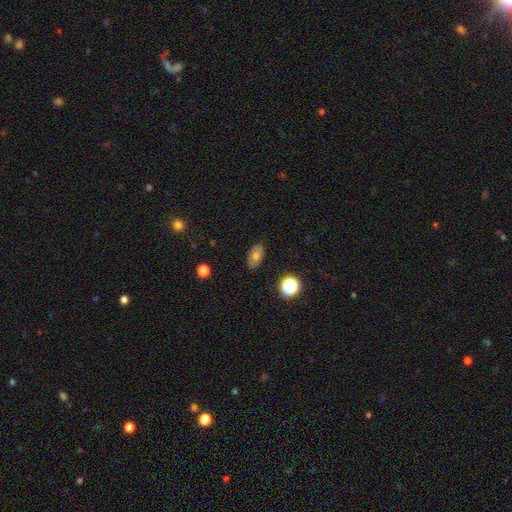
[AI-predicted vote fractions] Morphology: type=smooth (68%); roundness=in between (88%); merging=none (85%).